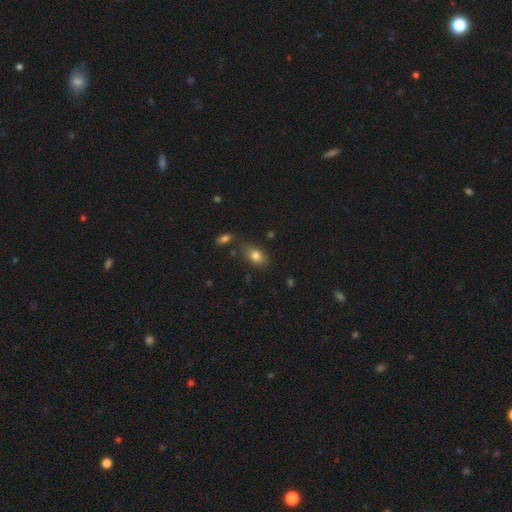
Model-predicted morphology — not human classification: Smooth or featured: smooth — 81% (featured or disk — 10%)
How rounded: in between — 83% (round — 14%)
Merging: none — 68% (minor disturbance — 19%)